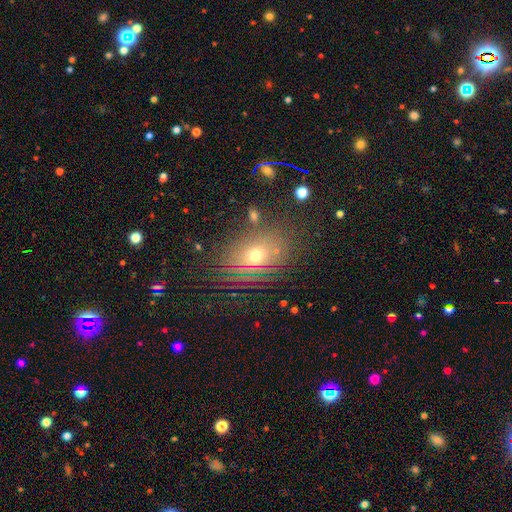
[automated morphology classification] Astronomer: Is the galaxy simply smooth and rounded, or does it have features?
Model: smooth — 59%.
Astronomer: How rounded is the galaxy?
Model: in between — 58% (runner-up: round, 39%).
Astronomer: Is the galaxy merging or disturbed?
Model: none — 78%.